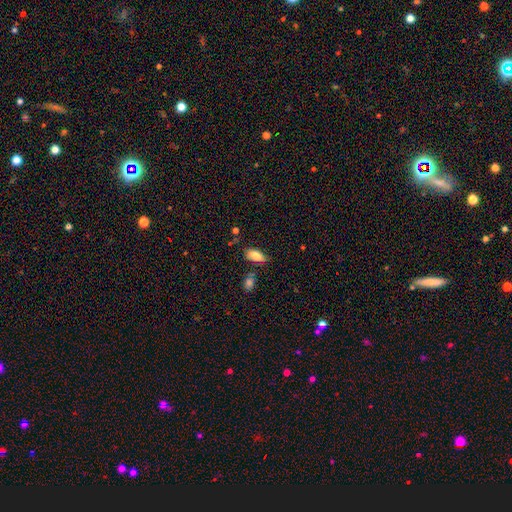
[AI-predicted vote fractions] Smooth or featured? Predicted: smooth (p=0.79). How rounded? Predicted: in between (p=0.89). Merging? Predicted: none (p=0.72).